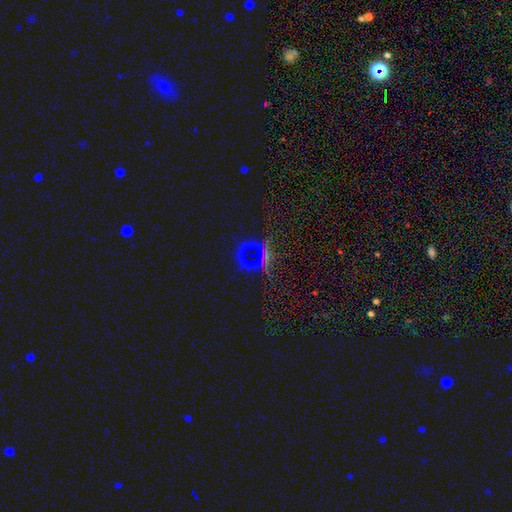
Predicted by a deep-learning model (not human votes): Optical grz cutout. It shows a star or artifact, not a galaxy (73%).